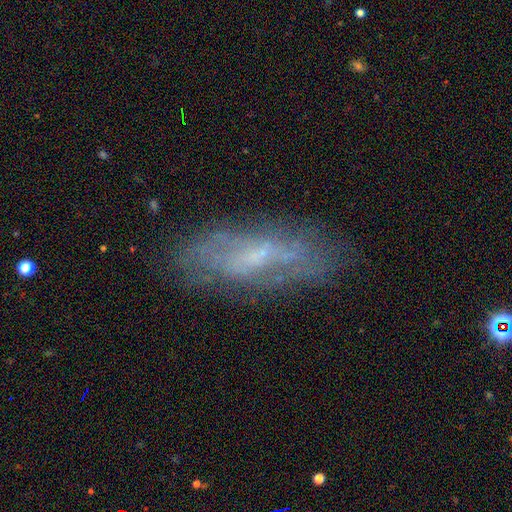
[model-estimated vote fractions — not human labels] Morphology: type=featured or disk (60%); edge-on=no (76%); merging=none (72%).